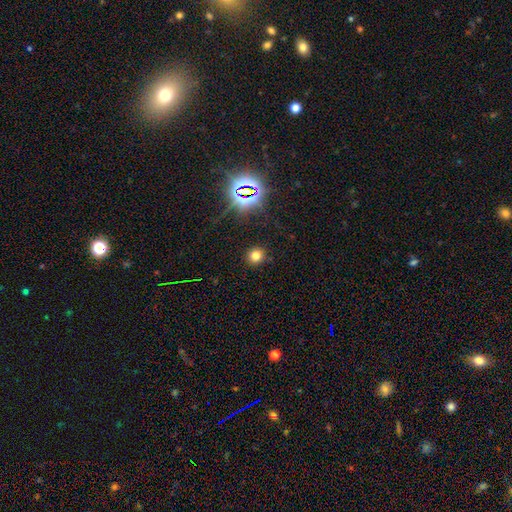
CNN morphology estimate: Overall: smooth (72%). How rounded: round (85%). Merging: none (89%).